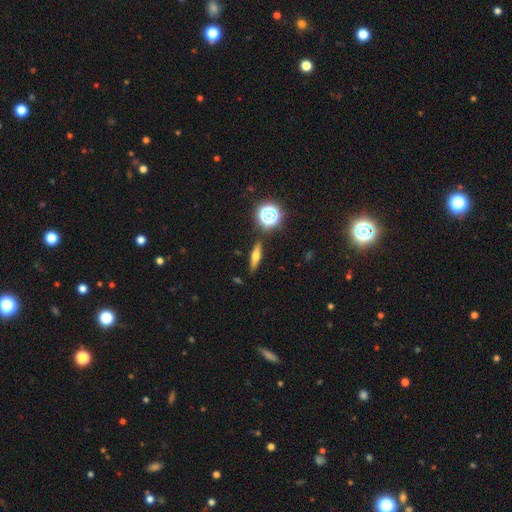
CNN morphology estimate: Smooth or featured?
  - featured or disk: 44% *
  - smooth: 43%
  - star or artifact: 12%
Merging?
  - none: 86% *
  - minor disturbance: 9%
  - merger: 3%
  - major disturbance: 2%